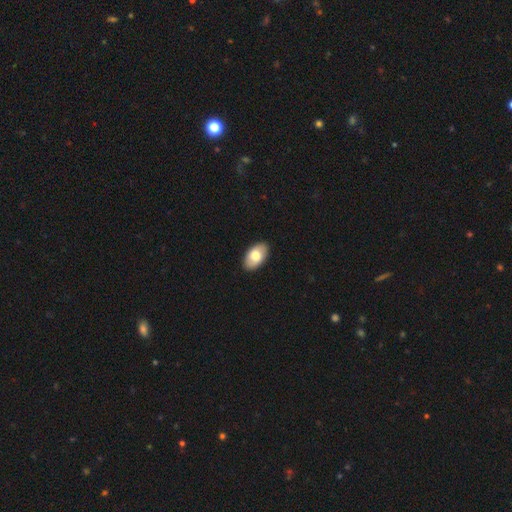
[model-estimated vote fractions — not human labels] This appears to be a smooth galaxy with no disk features (74%) that is in between round and cigar-shaped (94%). Merging: none (89%).